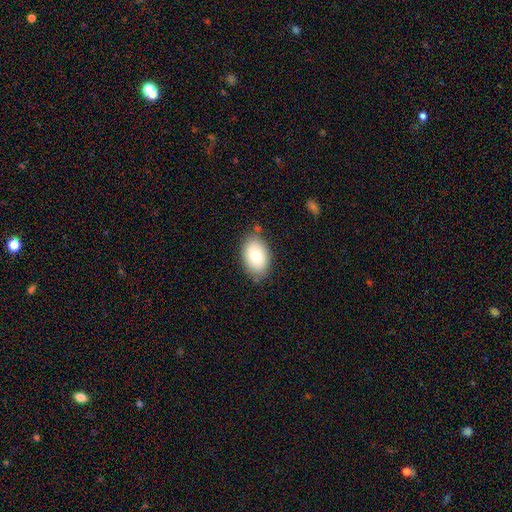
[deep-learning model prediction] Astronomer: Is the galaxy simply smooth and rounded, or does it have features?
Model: smooth — 78%.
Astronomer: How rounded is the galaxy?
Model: in between — 87%.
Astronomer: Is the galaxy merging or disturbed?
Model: none — 80%.